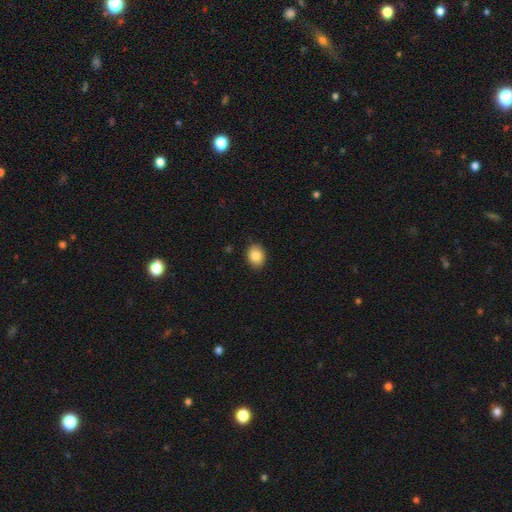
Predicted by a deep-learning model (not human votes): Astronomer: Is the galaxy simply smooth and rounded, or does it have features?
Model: smooth — 87%.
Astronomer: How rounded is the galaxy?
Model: in between — 56% (runner-up: round, 43%).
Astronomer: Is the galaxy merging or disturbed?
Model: none — 87%.